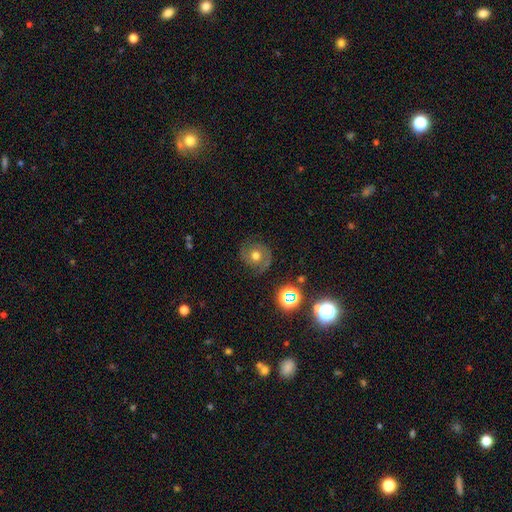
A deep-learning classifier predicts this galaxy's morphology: Q: Smooth or featured?
A: featured or disk (59%); runner-up: smooth (28%)
Q: Edge-on disk?
A: no (97%); runner-up: yes (3%)
Q: Bar?
A: no (78%); runner-up: weak (18%)
Q: Spiral arms?
A: yes (83%); runner-up: no (17%)
Q: Bulge size?
A: moderate (74%); runner-up: large (15%)
Q: Merging?
A: none (78%); runner-up: minor disturbance (14%)